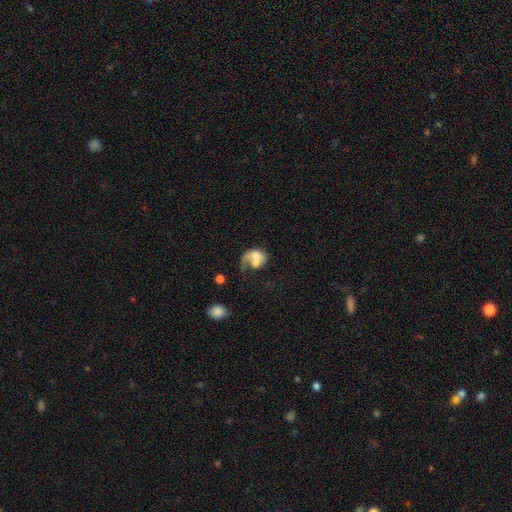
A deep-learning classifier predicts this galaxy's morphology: The model was most divided on "smooth or featured" (2-way tie): smooth: 46%, featured or disk: 46%, star or artifact: 8%. Remaining: merging — merger (41%).